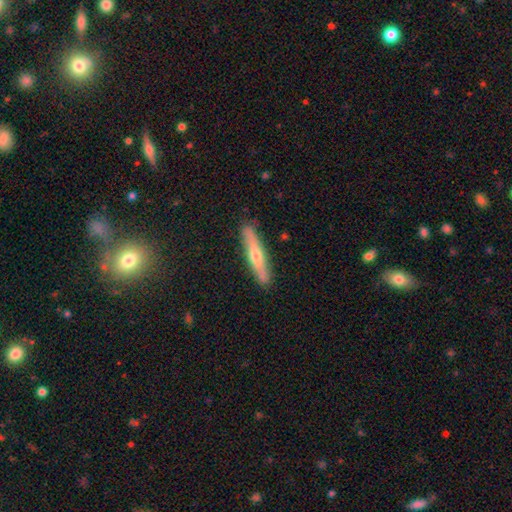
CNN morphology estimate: Smooth or featured?
  - featured or disk: 57% *
  - smooth: 36%
  - star or artifact: 7%
Edge-on disk?
  - yes: 92% *
  - no: 8%
Edge-on bulge?
  - rounded: 86% *
  - none: 11%
  - boxy: 3%
Merging?
  - none: 89% *
  - minor disturbance: 8%
  - major disturbance: 2%
  - merger: 1%